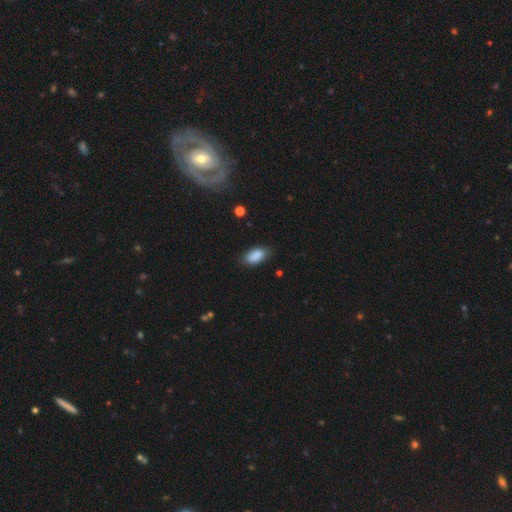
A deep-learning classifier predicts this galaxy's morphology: Smooth or featured? smooth (88%)
How rounded? in between (92%)
Merging? none (79%)